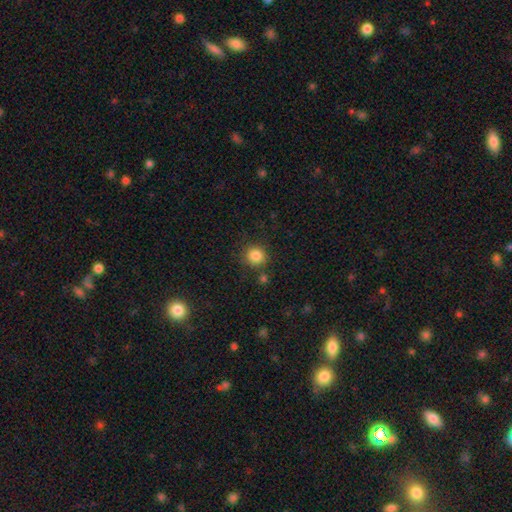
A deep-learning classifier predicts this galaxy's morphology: A smooth galaxy with no disk features (85%) that is round (92%).

Vote fractions:
- Smooth or featured? smooth: 85% / star or artifact: 11% / featured or disk: 4%
- How rounded? round: 92% / in between: 7% / cigar-shaped: 1%
- Merging? none: 82% / minor disturbance: 9% / merger: 6% / major disturbance: 3%